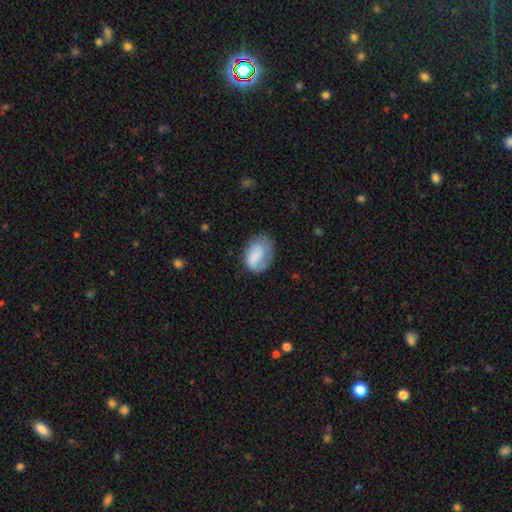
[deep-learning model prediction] smooth 67%, featured or disk 26%, star or artifact 7%. Down the decision tree: how rounded — in between (80%); merging — none (53%).